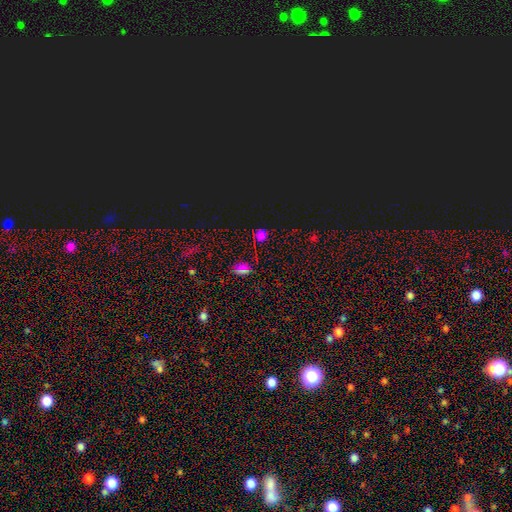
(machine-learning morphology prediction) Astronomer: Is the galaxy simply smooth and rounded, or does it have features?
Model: star or artifact — 49% (runner-up: smooth, 45%).